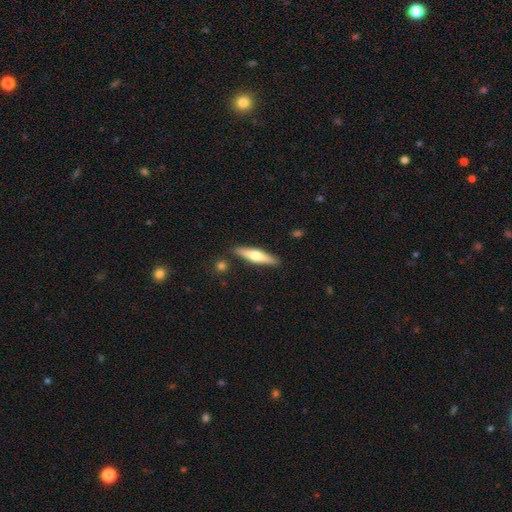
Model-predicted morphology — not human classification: featured or disk 54%, smooth 41%, star or artifact 5%. Down the decision tree: edge-on disk — yes (95%); edge-on bulge — rounded (92%); merging — none (88%).